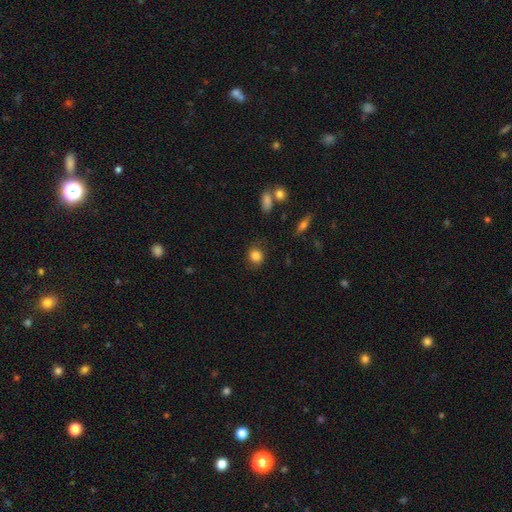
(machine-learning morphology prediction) This is clearly a smooth galaxy (84%). How rounded: likely round (75%). Merging: likely none (78%).